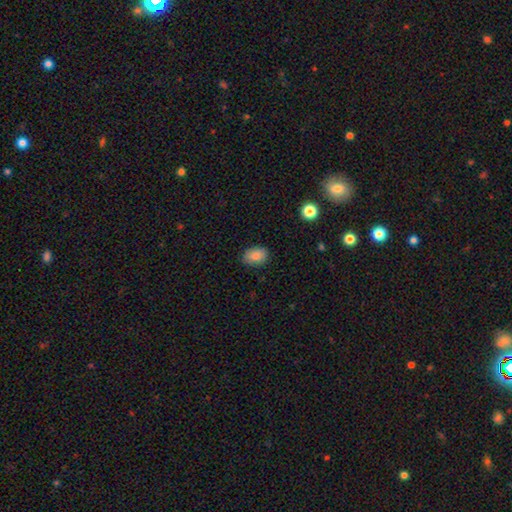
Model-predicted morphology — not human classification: A smooth galaxy with no disk features (84%) that is in between round and cigar-shaped (78%). Merging: none (83%).